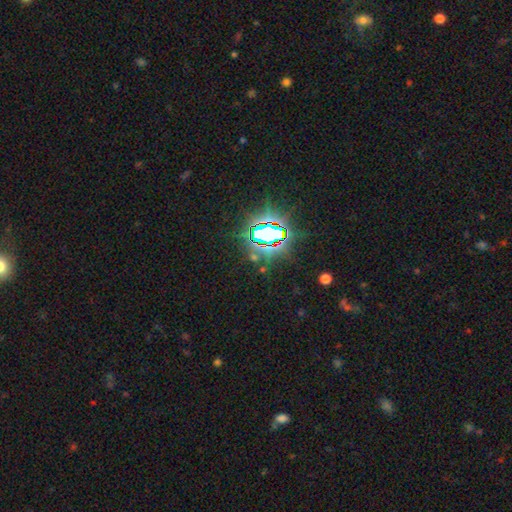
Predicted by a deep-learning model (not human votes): Smooth or featured? Predicted: star or artifact (p=0.81).